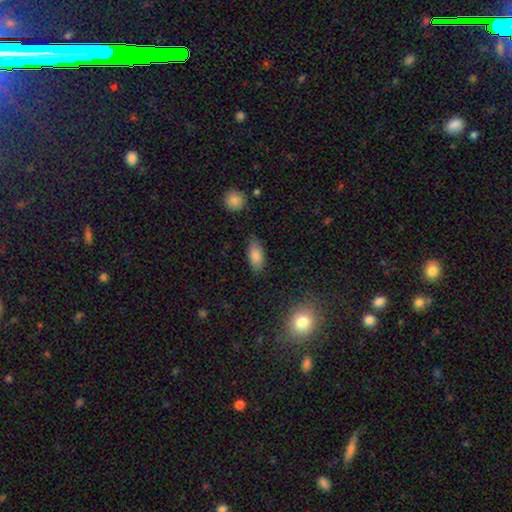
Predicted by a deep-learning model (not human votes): Overall: smooth (84%). How rounded: in between (88%). Merging: none (77%).